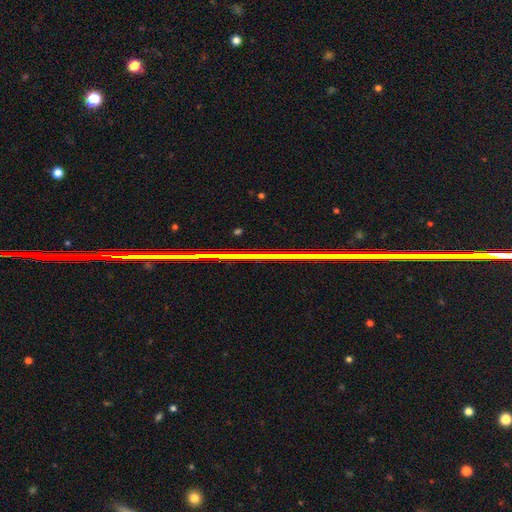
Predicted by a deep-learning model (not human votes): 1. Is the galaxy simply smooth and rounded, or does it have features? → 84% star or artifact, 10% featured or disk, 6% smooth.